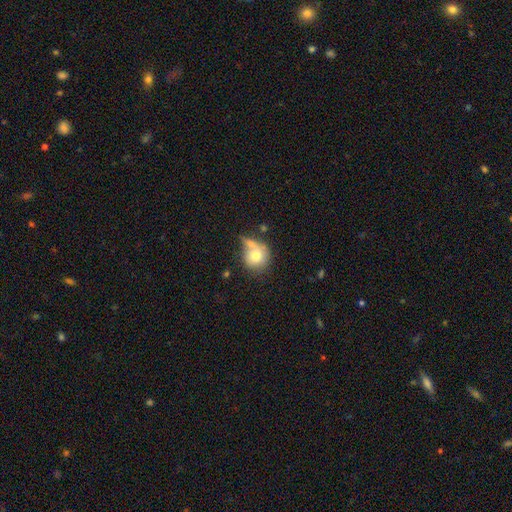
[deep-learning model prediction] Smooth or featured? Predicted: smooth (p=0.73). How rounded? Predicted: round (p=0.85). Merging? Predicted: none (p=0.41).